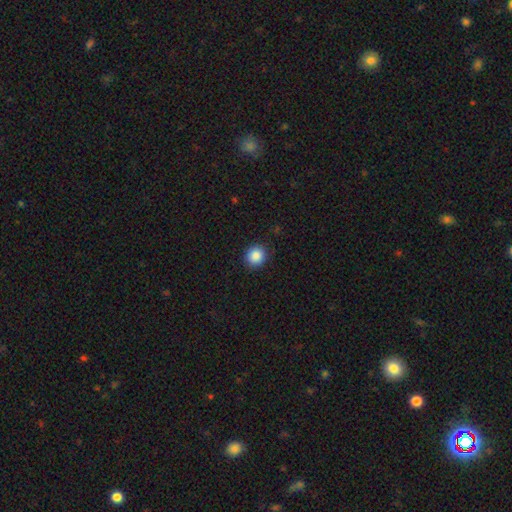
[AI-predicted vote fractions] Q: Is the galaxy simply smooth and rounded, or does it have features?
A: smooth — 88%.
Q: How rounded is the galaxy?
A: round — 86%.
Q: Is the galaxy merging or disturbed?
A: none — 90%.